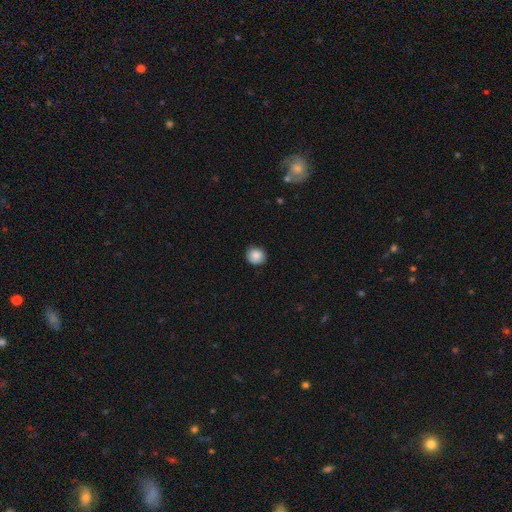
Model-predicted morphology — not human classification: Overall: smooth (87%). How rounded: round (83%). Merging: none (88%).